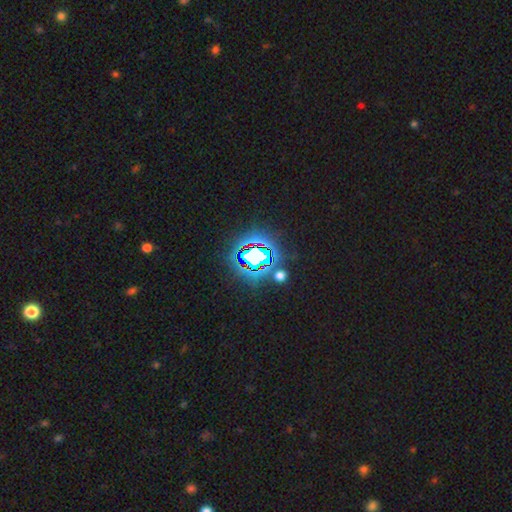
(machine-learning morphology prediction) Smooth or featured? star or artifact (74%)